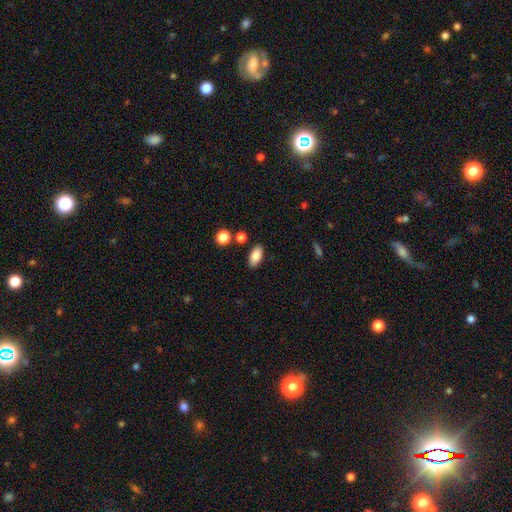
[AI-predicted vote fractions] smooth-or-featured: smooth: 87% | star or artifact: 8% | featured or disk: 5%
  how-rounded: in between: 91% | cigar-shaped: 5% | round: 4%
  merging: none: 85% | minor disturbance: 9% | merger: 3% | major disturbance: 2%